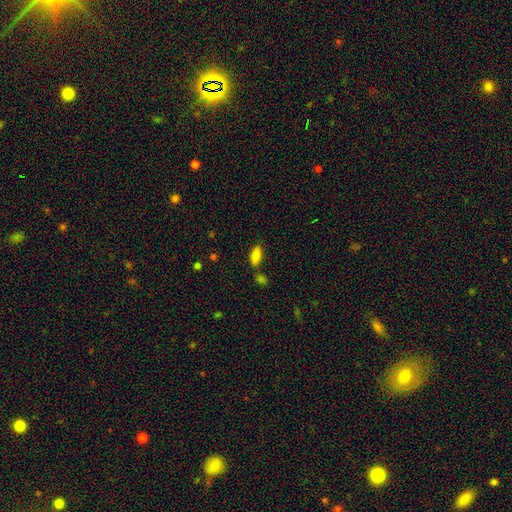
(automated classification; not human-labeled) This is clearly a smooth galaxy (83%). How rounded: likely in between (80%). Merging: likely none (73%).